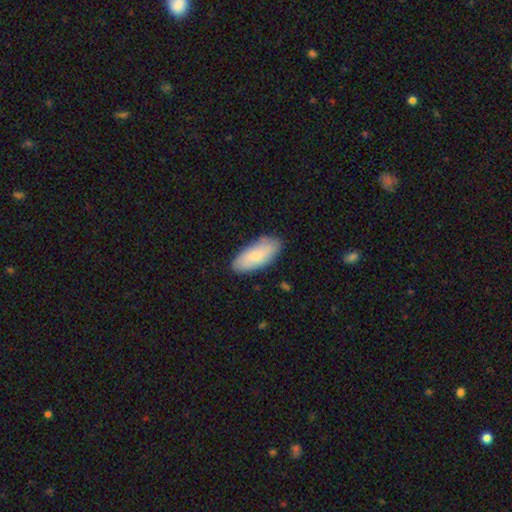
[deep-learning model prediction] A smooth galaxy with no disk features (74%) that is in between round and cigar-shaped (87%).

Vote fractions:
- Smooth or featured? smooth: 74% / featured or disk: 21% / star or artifact: 5%
- How rounded? in between: 87% / cigar-shaped: 11% / round: 2%
- Merging? none: 84% / minor disturbance: 13% / major disturbance: 2% / merger: 1%